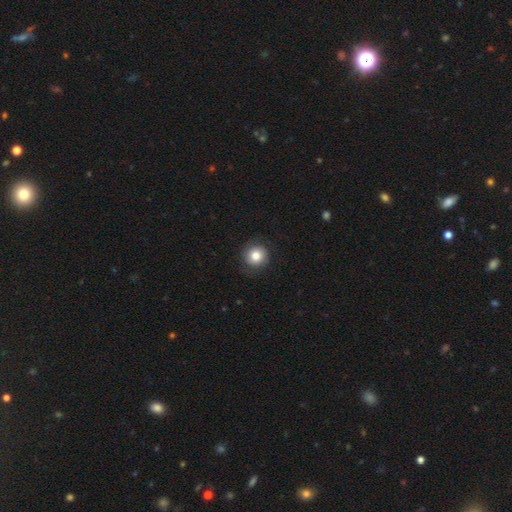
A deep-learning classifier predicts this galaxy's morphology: Smooth or featured: smooth — 79% (featured or disk — 12%)
How rounded: round — 93% (in between — 6%)
Merging: none — 83% (minor disturbance — 11%)